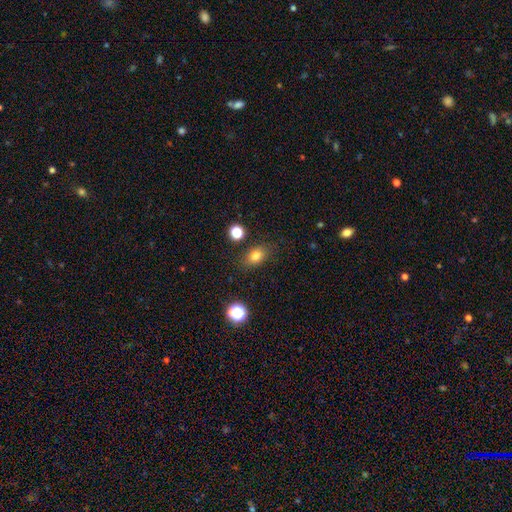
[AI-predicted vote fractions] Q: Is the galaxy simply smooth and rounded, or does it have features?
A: smooth — 78%.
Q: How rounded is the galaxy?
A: in between — 70%.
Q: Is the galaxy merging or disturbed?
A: none — 81%.